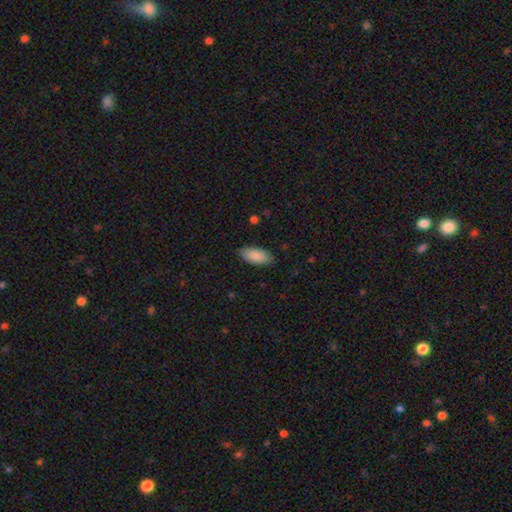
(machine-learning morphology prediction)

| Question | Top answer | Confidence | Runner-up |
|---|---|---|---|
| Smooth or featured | smooth | 88% | featured or disk (7%) |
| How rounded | in between | 92% | cigar-shaped (6%) |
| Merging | none | 85% | minor disturbance (12%) |